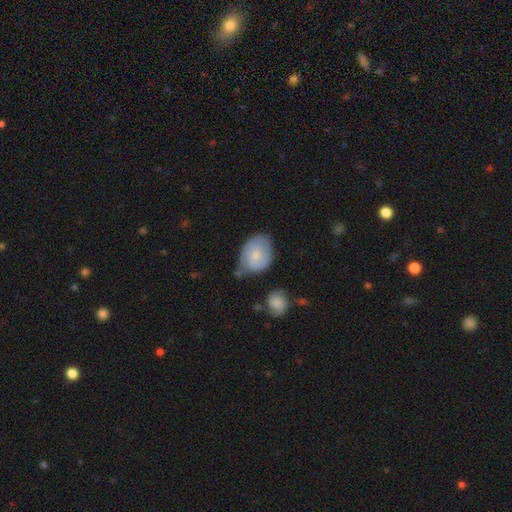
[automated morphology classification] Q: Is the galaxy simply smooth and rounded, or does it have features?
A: smooth — 59%.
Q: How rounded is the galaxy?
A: in between — 72%.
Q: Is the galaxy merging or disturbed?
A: none — 51%.